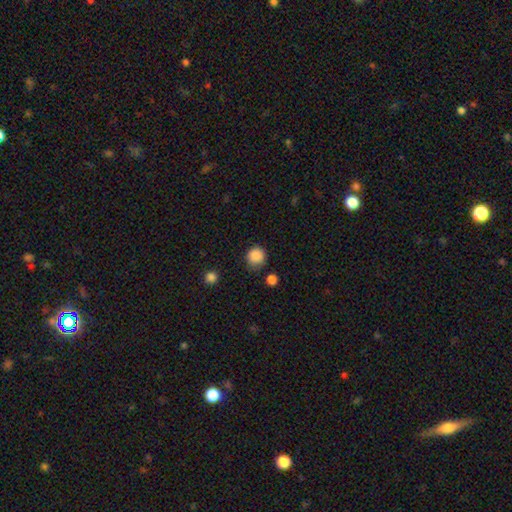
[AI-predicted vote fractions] Smooth or featured: smooth — 87% (star or artifact — 10%)
How rounded: round — 91% (in between — 8%)
Merging: none — 78% (minor disturbance — 15%)